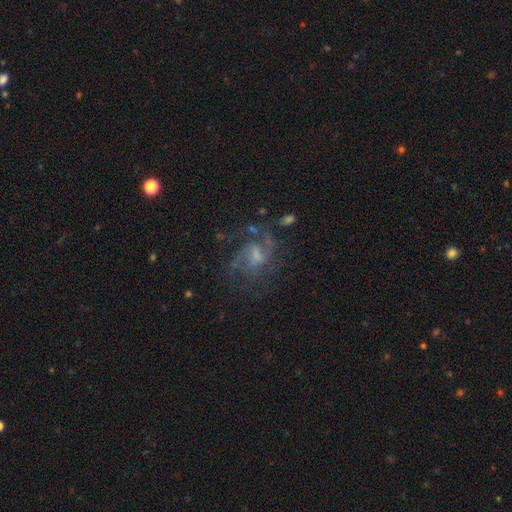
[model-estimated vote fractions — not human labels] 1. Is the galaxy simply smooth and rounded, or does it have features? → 76% featured or disk, 13% smooth, 11% star or artifact.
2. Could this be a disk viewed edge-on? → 97% no, 3% yes.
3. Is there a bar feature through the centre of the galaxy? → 53% weak, 34% no, 13% strong.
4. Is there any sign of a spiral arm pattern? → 88% yes, 12% no.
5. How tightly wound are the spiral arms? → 51% medium, 25% loose, 24% tight.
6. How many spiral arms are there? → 40% 2, 26% can't tell, 18% 3, 7% 1, 5% 4, 4% more than 4.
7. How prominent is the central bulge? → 38% small, 35% moderate, 20% none, 6% large, 1% dominant.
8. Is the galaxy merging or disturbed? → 53% none, 24% major disturbance, 19% minor disturbance, 4% merger.